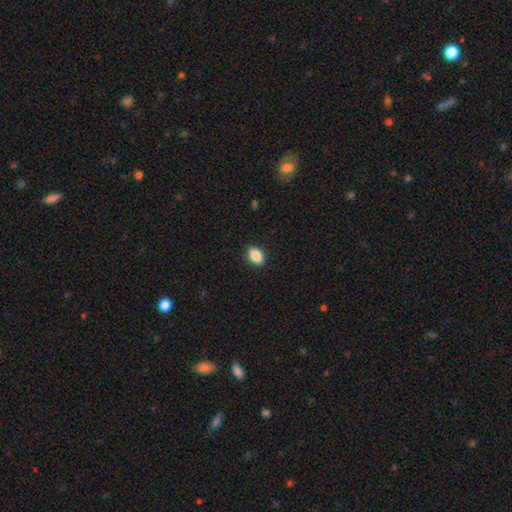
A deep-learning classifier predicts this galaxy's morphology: This appears to be a smooth galaxy with no disk features (89%) that is in between round and cigar-shaped (87%). Merging: none (89%).